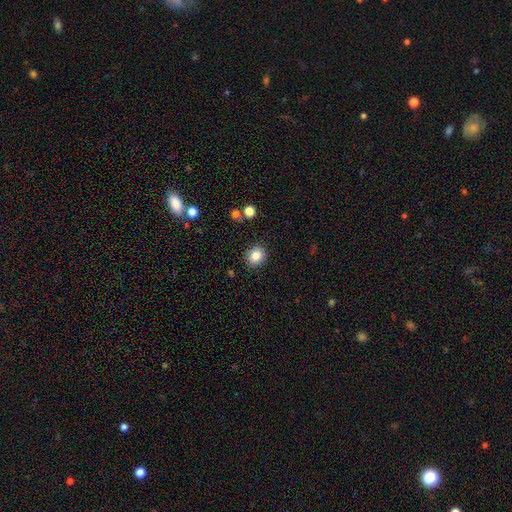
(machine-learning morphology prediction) The model was most divided on "how rounded": round: 75%, in between: 25%, cigar-shaped: 1%. More confident: merging — none (89%); smooth or featured — smooth (83%).